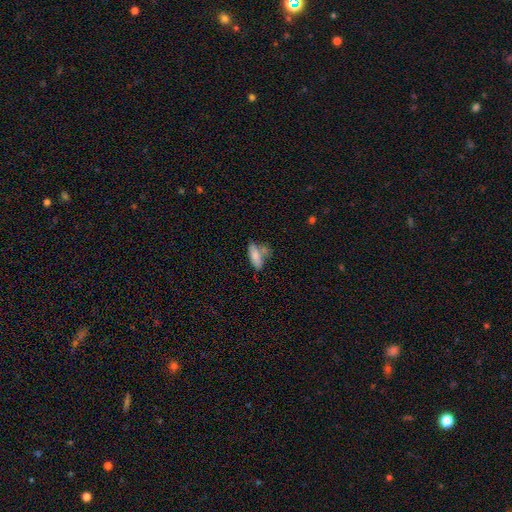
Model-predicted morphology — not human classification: Smooth or featured? Predicted: smooth (p=0.78). How rounded? Predicted: in between (p=0.73). Merging? Predicted: none (p=0.45).